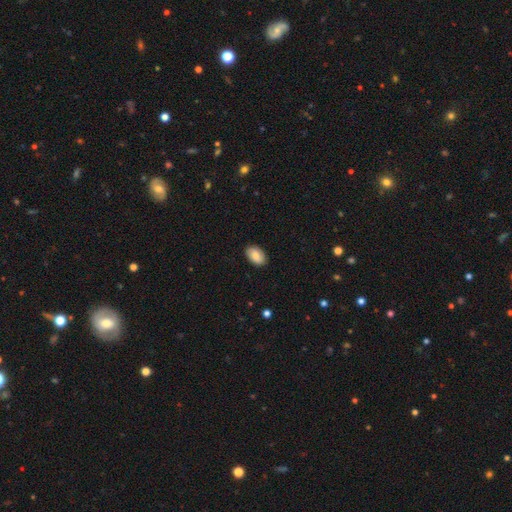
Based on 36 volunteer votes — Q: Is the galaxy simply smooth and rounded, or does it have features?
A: smooth — 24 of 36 (67%).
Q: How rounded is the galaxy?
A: in between — 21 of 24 (88%).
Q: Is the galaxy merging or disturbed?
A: none — 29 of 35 (83%).